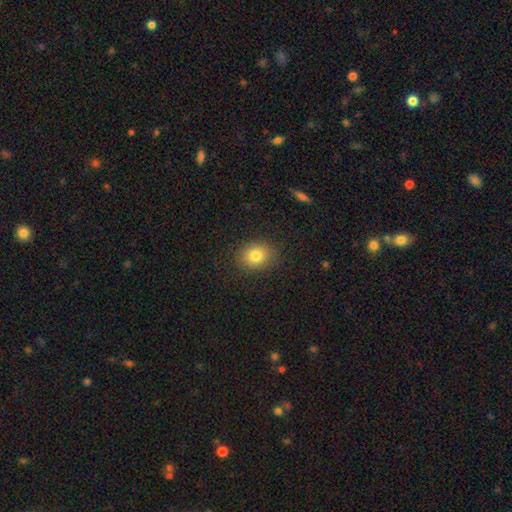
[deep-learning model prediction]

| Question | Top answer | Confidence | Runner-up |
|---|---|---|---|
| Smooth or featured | smooth | 81% | star or artifact (11%) |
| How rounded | round | 50% | in between (49%) |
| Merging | none | 86% | minor disturbance (10%) |